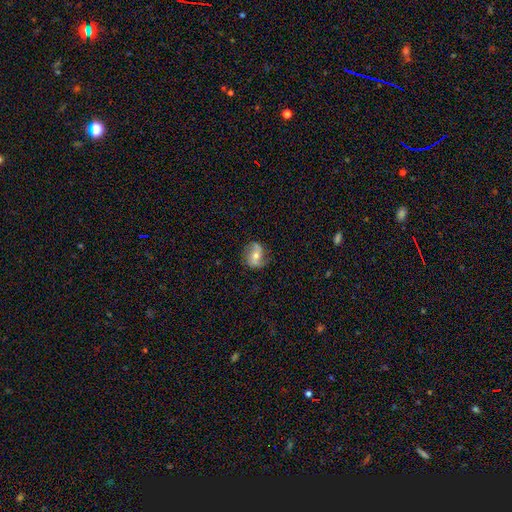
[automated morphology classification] The model was most divided on "spiral winding": loose: 51%, medium: 35%, tight: 14%. Remaining: edge-on disk — no (97%); spiral arms — yes (92%); spiral arm count — 2 (88%); merging — none (76%); smooth or featured — featured or disk (70%); bulge size — moderate (62%); bar — no (50%).